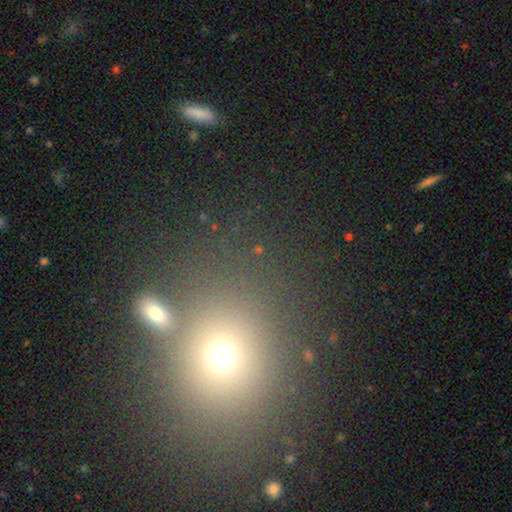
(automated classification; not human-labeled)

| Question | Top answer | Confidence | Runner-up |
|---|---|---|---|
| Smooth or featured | smooth | 57% | star or artifact (33%) |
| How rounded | round | 72% | in between (26%) |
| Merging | none | 76% | merger (10%) |